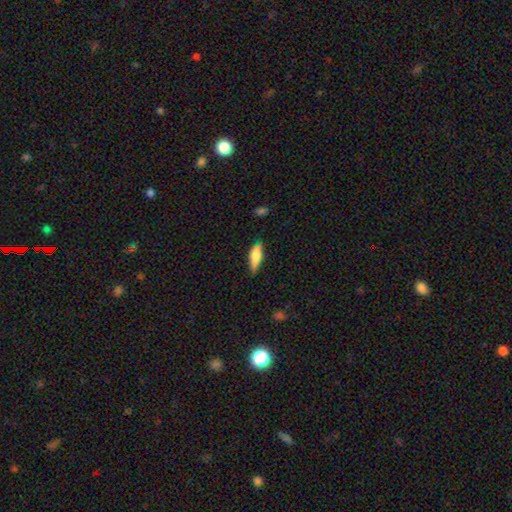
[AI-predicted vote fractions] smooth 70%, featured or disk 23%, star or artifact 7%. Down the decision tree: how rounded — in between (56%); merging — none (67%).